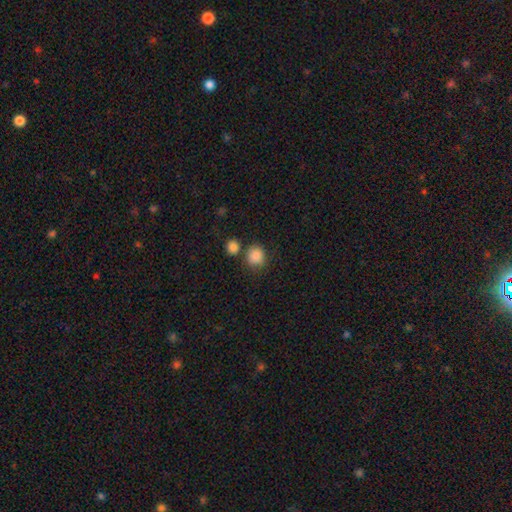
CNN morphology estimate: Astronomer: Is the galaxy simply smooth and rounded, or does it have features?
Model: smooth — 86%.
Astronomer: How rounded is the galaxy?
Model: round — 82%.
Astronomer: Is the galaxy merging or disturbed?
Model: none — 68%.